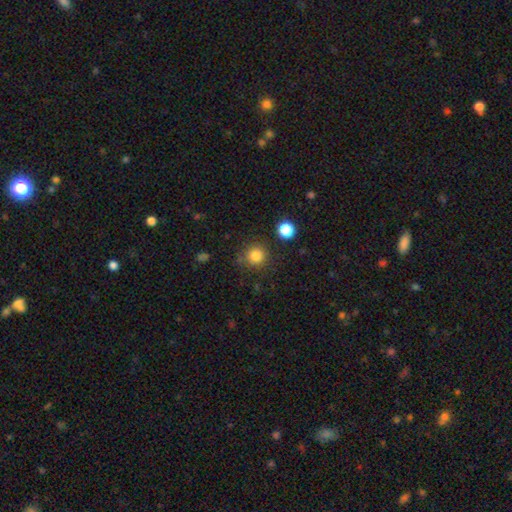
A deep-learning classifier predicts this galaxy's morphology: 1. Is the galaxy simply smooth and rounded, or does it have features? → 83% smooth, 12% star or artifact, 5% featured or disk.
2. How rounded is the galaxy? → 93% round, 6% in between, 1% cigar-shaped.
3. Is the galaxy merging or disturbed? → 83% none, 10% minor disturbance, 4% merger, 4% major disturbance.